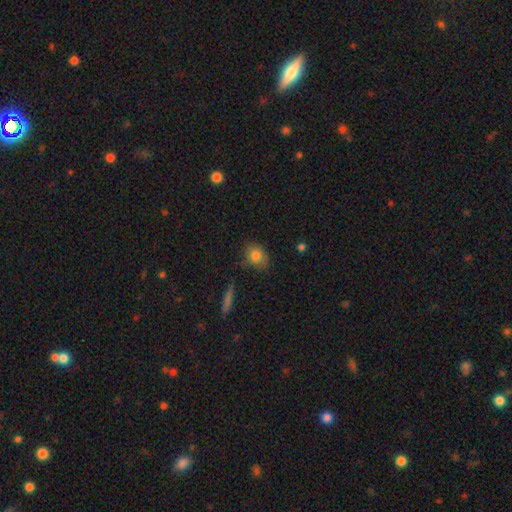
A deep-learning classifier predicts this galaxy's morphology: smooth_or_featured: smooth (p=0.81) [alt: featured or disk p=0.10]
how_rounded: in between (p=0.63) [alt: round p=0.34]
merging: none (p=0.71) [alt: minor disturbance p=0.21]